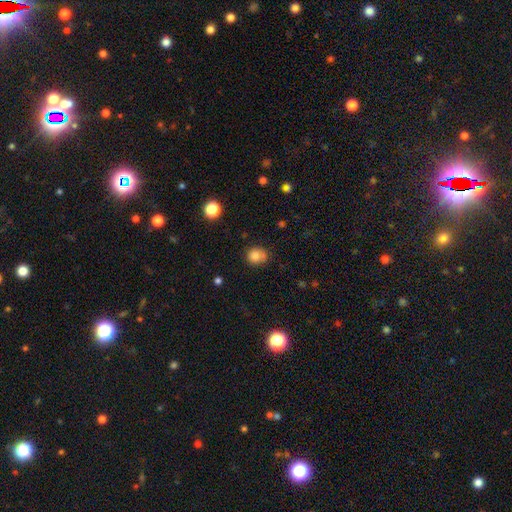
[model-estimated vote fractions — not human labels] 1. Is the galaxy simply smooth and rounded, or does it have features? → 82% smooth, 11% star or artifact, 7% featured or disk.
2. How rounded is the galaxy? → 71% round, 28% in between, 1% cigar-shaped.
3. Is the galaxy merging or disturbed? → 64% none, 26% minor disturbance, 6% major disturbance, 4% merger.